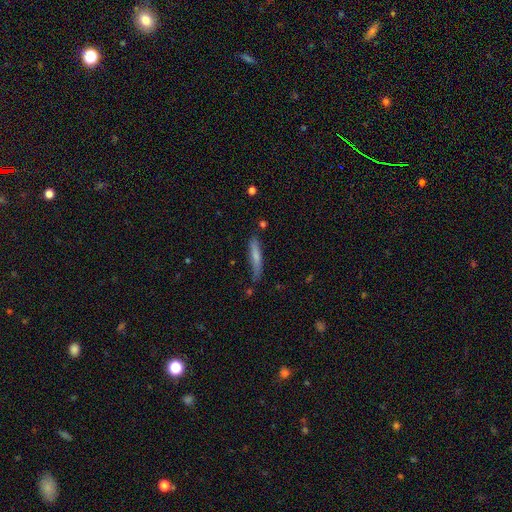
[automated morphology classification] smooth-or-featured: smooth: 69% | featured or disk: 24% | star or artifact: 6%
  how-rounded: cigar-shaped: 89% | in between: 9% | round: 2%
  merging: none: 68% | minor disturbance: 23% | major disturbance: 5% | merger: 4%